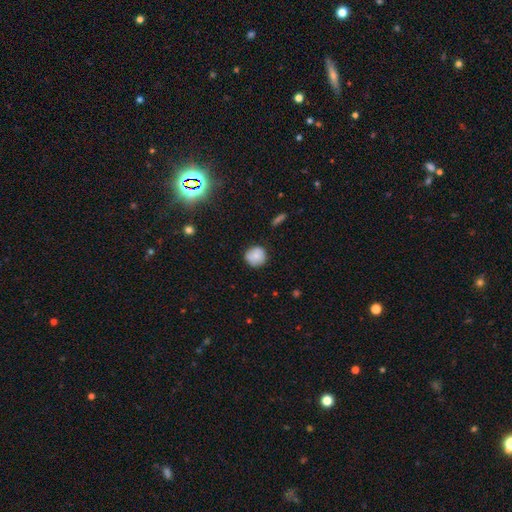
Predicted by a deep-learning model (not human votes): A smooth galaxy with no disk features (78%) that is round (91%).

Vote fractions:
- Smooth or featured? smooth: 78% / featured or disk: 13% / star or artifact: 9%
- How rounded? round: 91% / in between: 8% / cigar-shaped: 1%
- Merging? none: 79% / minor disturbance: 16% / major disturbance: 3% / merger: 2%